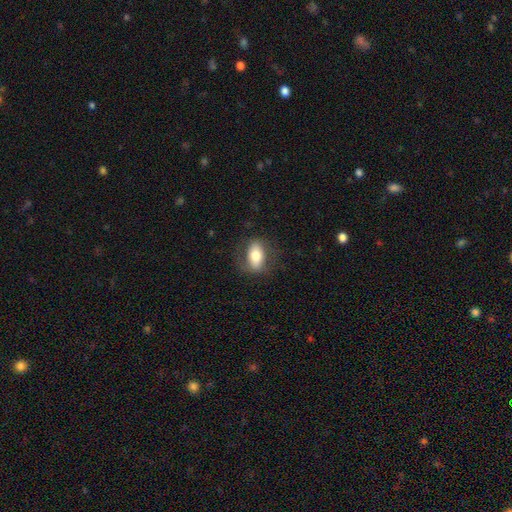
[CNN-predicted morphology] Smooth or featured? Predicted: smooth (p=0.67). How rounded? Predicted: in between (p=0.84). Merging? Predicted: none (p=0.75).